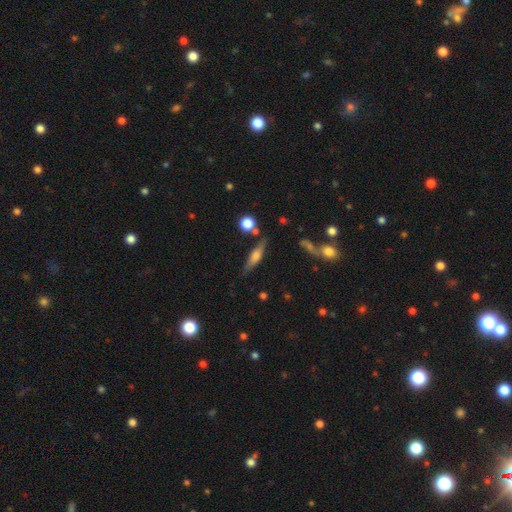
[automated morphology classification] type=featured or disk (48%); merging=none (74%).